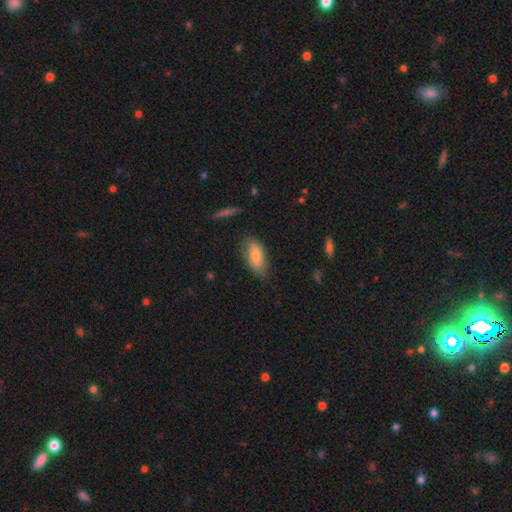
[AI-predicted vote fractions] Smooth or featured: smooth — 78% (featured or disk — 16%)
How rounded: in between — 88% (cigar-shaped — 9%)
Merging: none — 71% (minor disturbance — 23%)